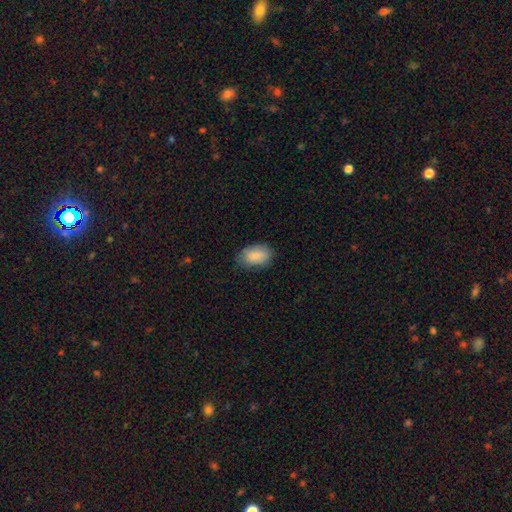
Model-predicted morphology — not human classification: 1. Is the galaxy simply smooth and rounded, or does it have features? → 87% smooth, 7% featured or disk, 6% star or artifact.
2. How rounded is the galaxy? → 91% in between, 7% round, 2% cigar-shaped.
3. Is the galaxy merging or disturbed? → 77% none, 18% minor disturbance, 4% major disturbance, 1% merger.